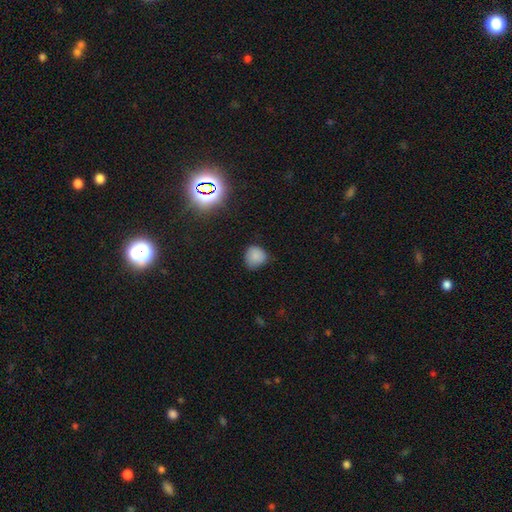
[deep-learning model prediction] Morphology: type=smooth (81%); roundness=round (80%); merging=none (68%).